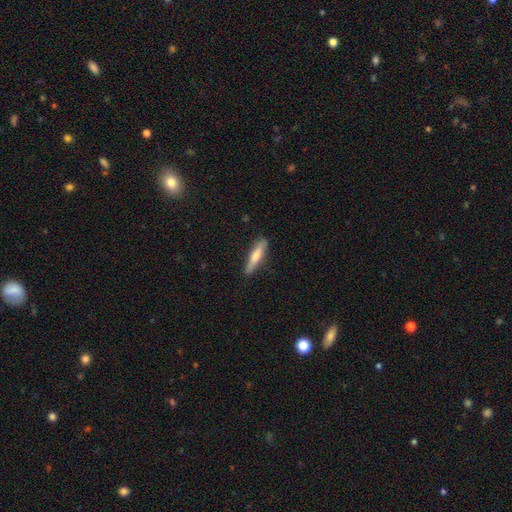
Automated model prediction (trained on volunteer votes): smooth-or-featured: smooth: 61% | featured or disk: 33% | star or artifact: 6%
  how-rounded: cigar-shaped: 85% | in between: 14% | round: 2%
  merging: none: 86% | minor disturbance: 11% | major disturbance: 2% | merger: 1%